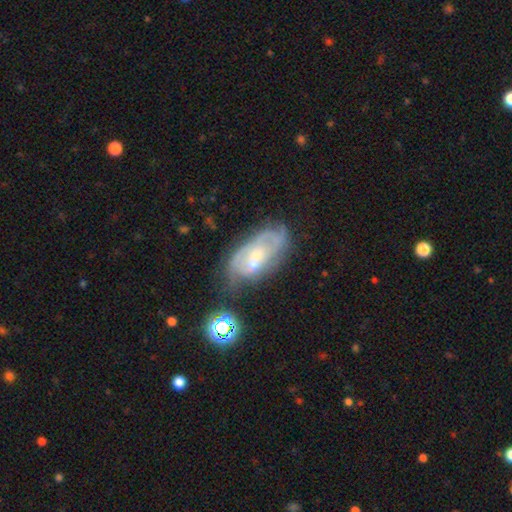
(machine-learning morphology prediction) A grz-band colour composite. It shows a featured or disk galaxy (67%) with no bar (59%), spiral arms (66%) and a small central bulge (61%). Merging: none (40%).